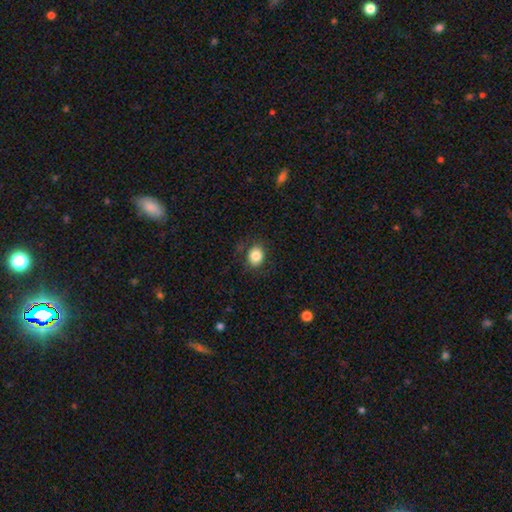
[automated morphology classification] Smooth or featured?
  - smooth: 84% *
  - star or artifact: 9%
  - featured or disk: 6%
How rounded?
  - round: 56% *
  - in between: 43%
  - cigar-shaped: 1%
Merging?
  - none: 82% *
  - minor disturbance: 12%
  - major disturbance: 4%
  - merger: 1%